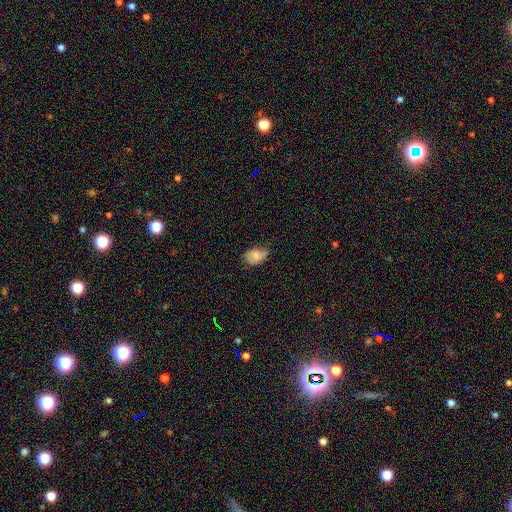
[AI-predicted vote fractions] Smooth or featured? smooth (79%)
How rounded? in between (81%)
Merging? none (51%)